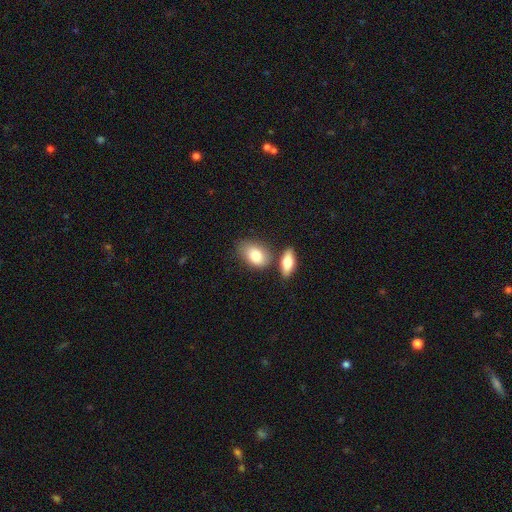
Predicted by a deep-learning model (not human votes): Smooth or featured?
  - smooth: 82% *
  - featured or disk: 11%
  - star or artifact: 6%
How rounded?
  - in between: 88% *
  - round: 10%
  - cigar-shaped: 2%
Merging?
  - none: 55% *
  - merger: 23%
  - minor disturbance: 17%
  - major disturbance: 5%